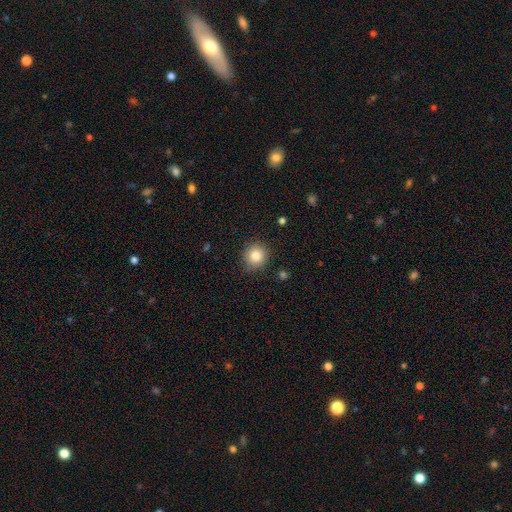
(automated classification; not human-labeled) Smooth or featured: smooth — 82% (star or artifact — 10%)
How rounded: round — 89% (in between — 10%)
Merging: none — 87% (minor disturbance — 10%)